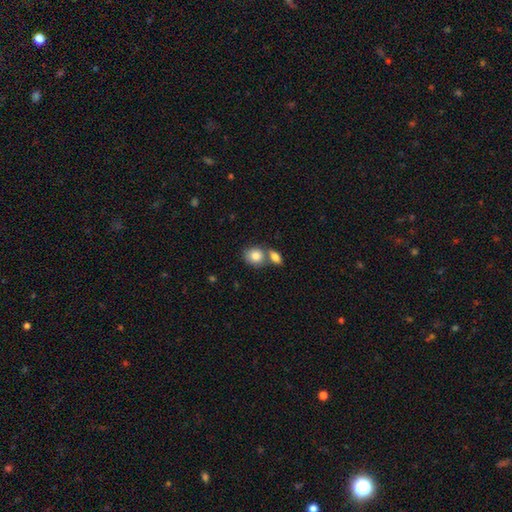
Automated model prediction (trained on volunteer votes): The model was most divided on "merging": none: 44%, merger: 42%, minor disturbance: 10%, major disturbance: 4%. More confident: smooth or featured — smooth (84%); how rounded — round (55%).